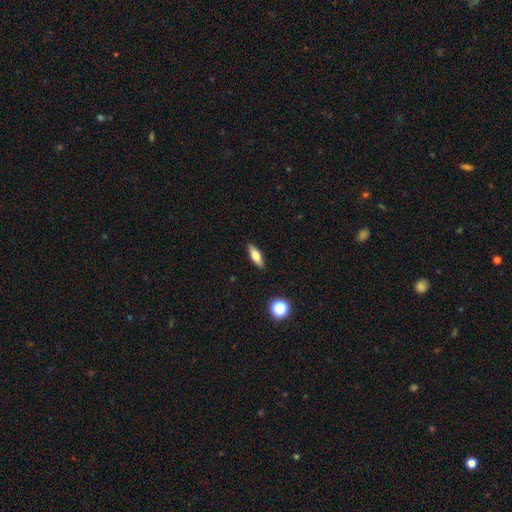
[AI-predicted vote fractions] Smooth or featured: smooth — 65% (featured or disk — 27%)
How rounded: in between — 58% (cigar-shaped — 39%)
Merging: none — 88% (minor disturbance — 9%)